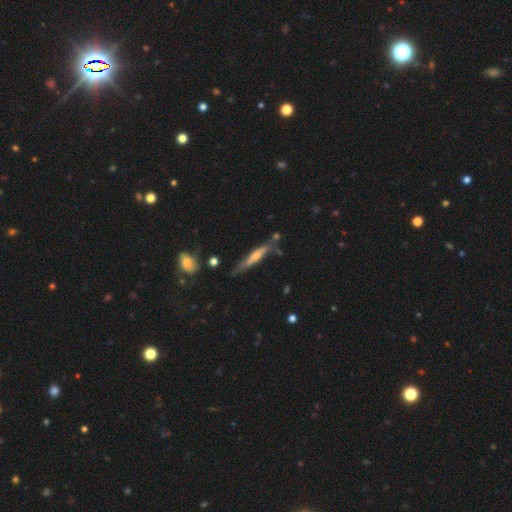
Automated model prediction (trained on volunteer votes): Morphology: type=featured or disk (66%); edge-on=yes (89%); edge-on bulge=rounded (68%); merging=none (69%).